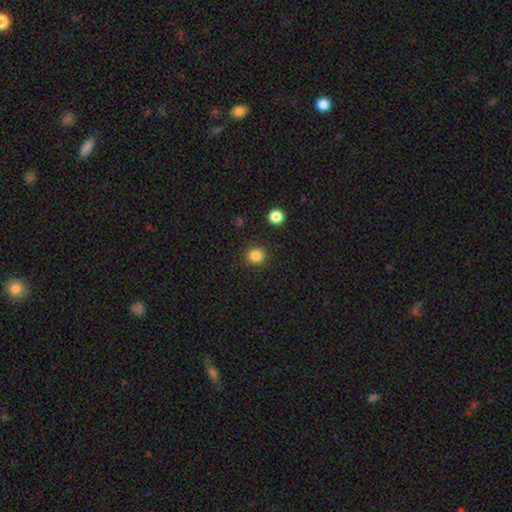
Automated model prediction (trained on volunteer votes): Smooth or featured? smooth (85%)
How rounded? round (91%)
Merging? none (90%)